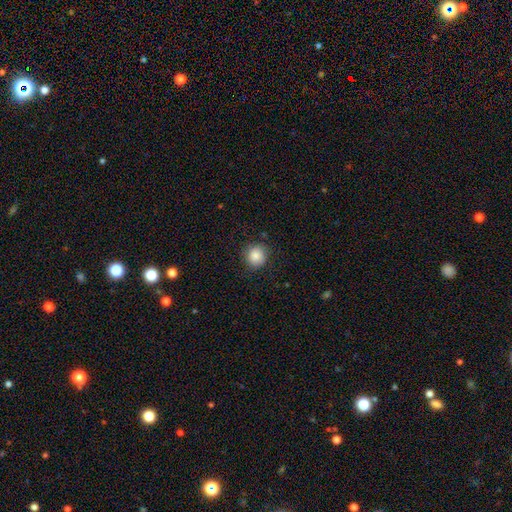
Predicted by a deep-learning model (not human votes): The model was most divided on "merging": none: 84%, minor disturbance: 11%, major disturbance: 3%, merger: 1%. More confident: how rounded — round (89%); smooth or featured — smooth (87%).